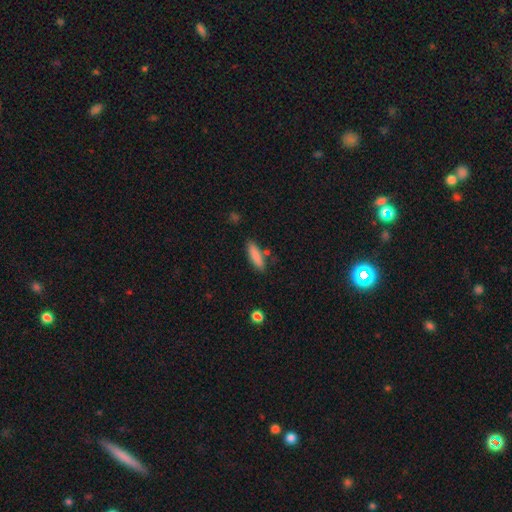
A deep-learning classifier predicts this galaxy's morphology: Smooth or featured? smooth (85%)
How rounded? cigar-shaped (63%)
Merging? none (79%)